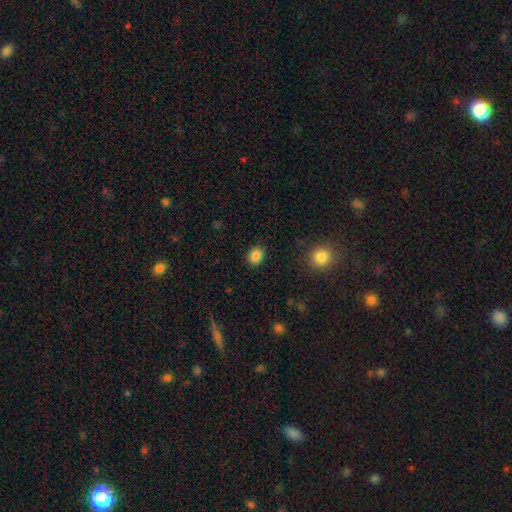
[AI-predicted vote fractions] A smooth galaxy with no disk features (85%) that is round (65%).

Vote fractions:
- Smooth or featured? smooth: 85% / star or artifact: 10% / featured or disk: 5%
- How rounded? round: 65% / in between: 34% / cigar-shaped: 1%
- Merging? none: 89% / minor disturbance: 8% / major disturbance: 2% / merger: 1%